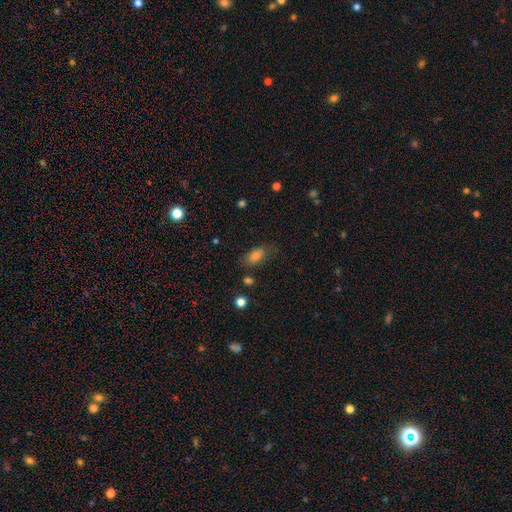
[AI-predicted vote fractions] The model was most divided on "merging": none: 75%, minor disturbance: 17%, major disturbance: 5%, merger: 3%. More confident: how rounded — in between (85%); smooth or featured — smooth (78%).